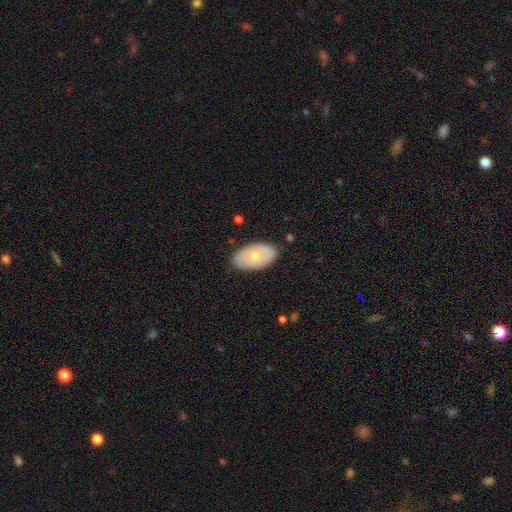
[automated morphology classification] Smooth or featured? Predicted: smooth (p=0.60). How rounded? Predicted: in between (p=0.93). Merging? Predicted: none (p=0.80).